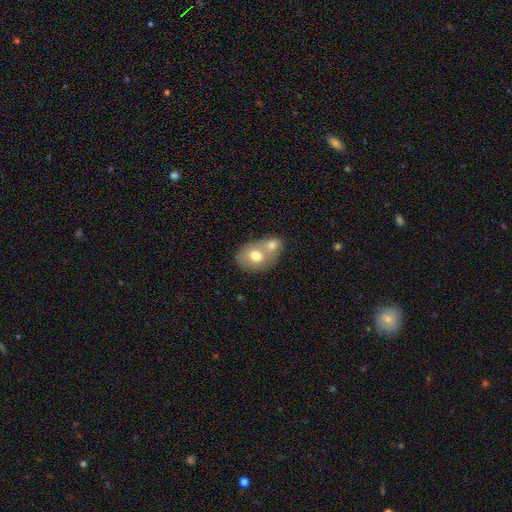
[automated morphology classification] This is likely a smooth galaxy (70%). How rounded: possibly in between (56%). Merging: likely merger (65%).